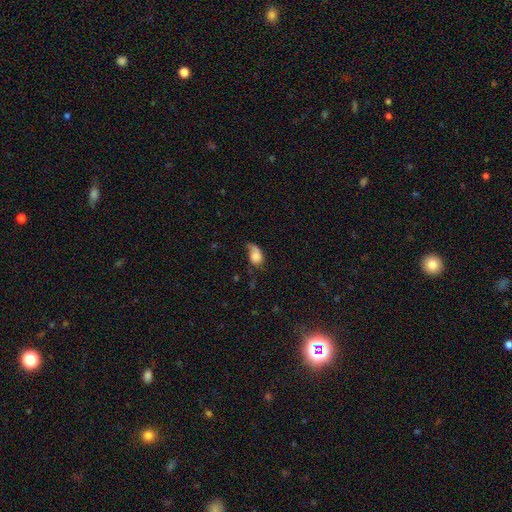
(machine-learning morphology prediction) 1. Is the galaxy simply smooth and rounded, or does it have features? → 65% smooth, 26% featured or disk, 9% star or artifact.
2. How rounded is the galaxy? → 82% in between, 16% round, 2% cigar-shaped.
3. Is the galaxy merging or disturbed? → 35% minor disturbance, 31% none, 30% major disturbance, 4% merger.